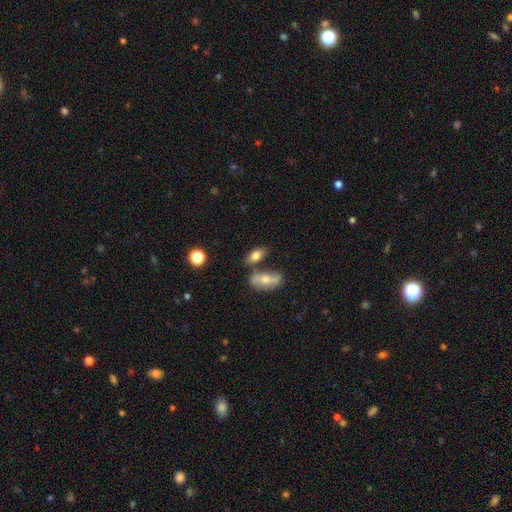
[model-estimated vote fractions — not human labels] smooth_or_featured: smooth (p=0.73) [alt: featured or disk p=0.19]
how_rounded: in between (p=0.82) [alt: cigar-shaped p=0.10]
merging: none (p=0.57) [alt: merger p=0.24]